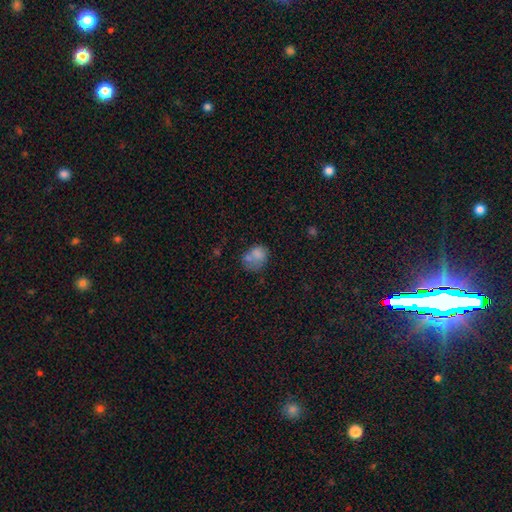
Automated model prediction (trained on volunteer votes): smooth_or_featured: smooth (p=0.73) [alt: featured or disk p=0.16]
how_rounded: in between (p=0.51) [alt: round p=0.48]
merging: none (p=0.41) [alt: minor disturbance p=0.26]